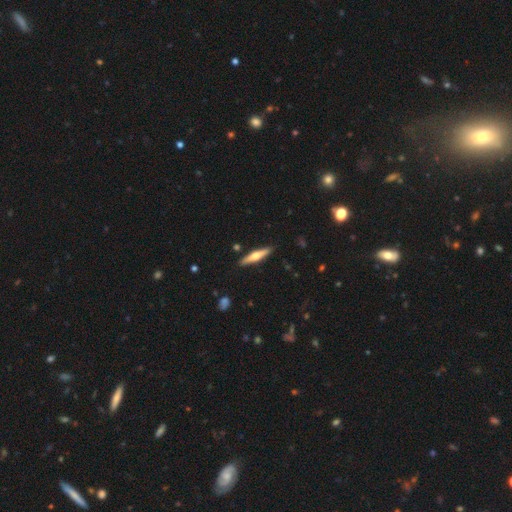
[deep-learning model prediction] A featured or disk galaxy (55%) viewed edge-on (95%) with a rounded central bulge (91%).

Vote fractions:
- Smooth or featured? featured or disk: 55% / smooth: 40% / star or artifact: 5%
- Edge-on disk? yes: 95% / no: 5%
- Edge-on bulge? rounded: 91% / none: 5% / boxy: 4%
- Merging? none: 89% / minor disturbance: 8% / merger: 2% / major disturbance: 2%